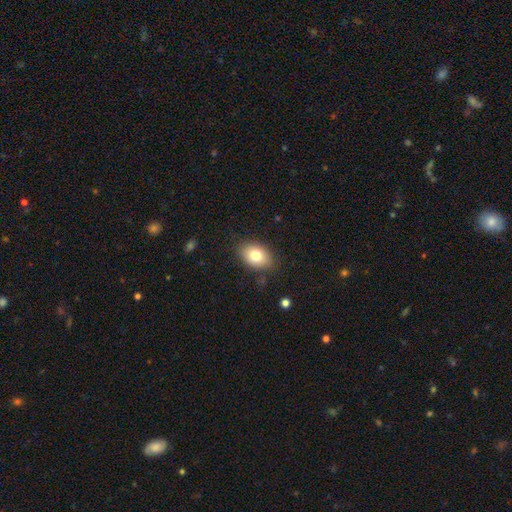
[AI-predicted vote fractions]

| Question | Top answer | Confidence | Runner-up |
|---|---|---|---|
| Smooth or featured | smooth | 79% | featured or disk (13%) |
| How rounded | in between | 81% | round (18%) |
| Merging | none | 83% | minor disturbance (13%) |